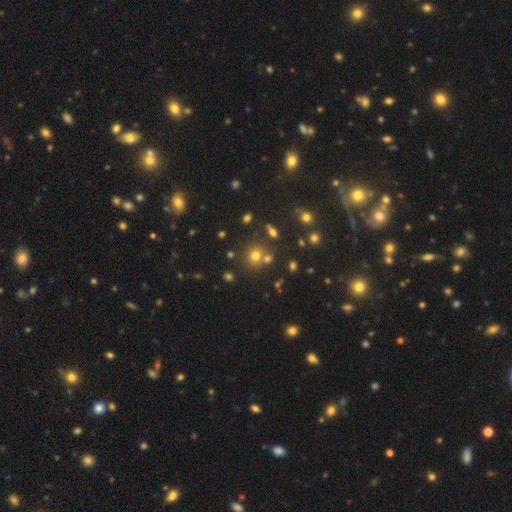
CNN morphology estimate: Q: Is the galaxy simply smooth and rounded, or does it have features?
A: smooth — 67%.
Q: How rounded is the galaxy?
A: round — 86%.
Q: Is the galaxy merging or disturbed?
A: none — 68%.